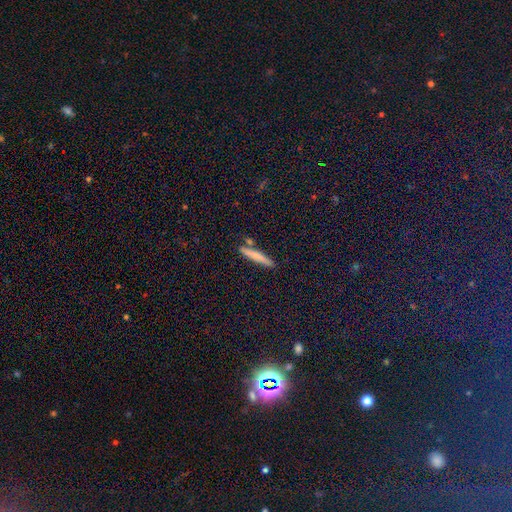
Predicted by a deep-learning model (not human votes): The model was most divided on "smooth or featured": smooth: 69%, featured or disk: 21%, star or artifact: 10%. More confident: how rounded — cigar-shaped (93%); merging — none (83%).